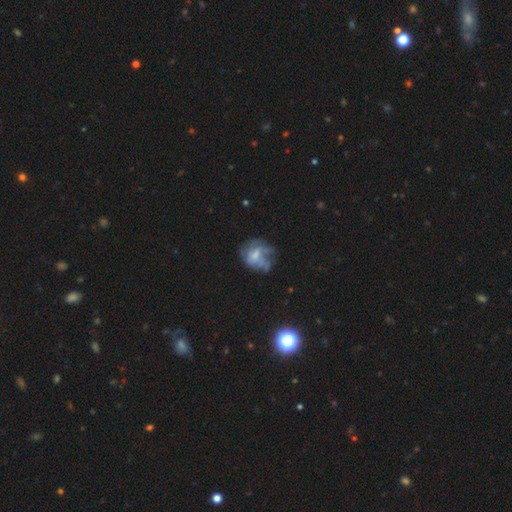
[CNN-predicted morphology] This appears to be a featured or disk galaxy (57%) with no bar (64%), spiral arms (60%) and a small central bulge (39%). Merging: none (49%).